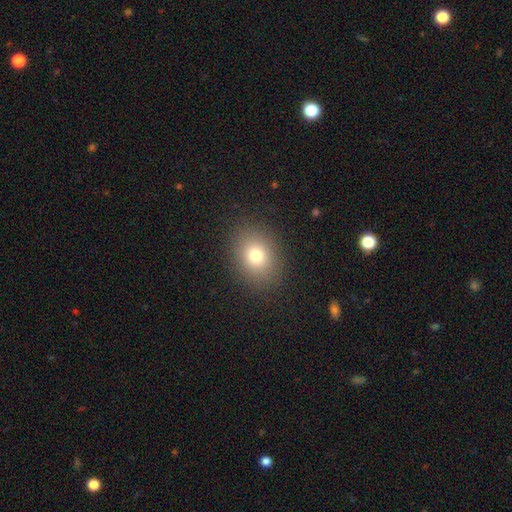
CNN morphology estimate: Smooth or featured: smooth — 77% (star or artifact — 13%)
How rounded: in between — 52% (round — 47%)
Merging: none — 88% (minor disturbance — 8%)